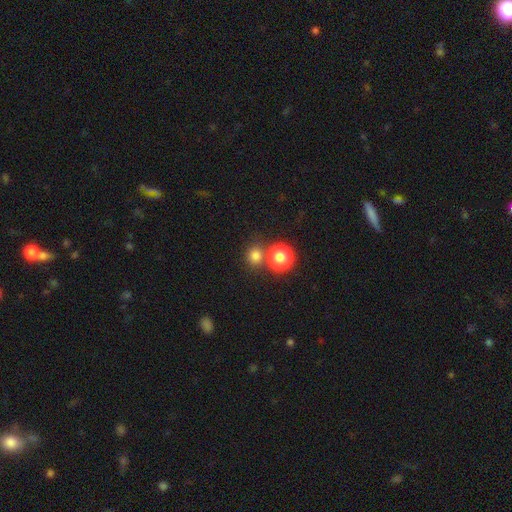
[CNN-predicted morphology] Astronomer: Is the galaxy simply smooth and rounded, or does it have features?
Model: smooth — 76%.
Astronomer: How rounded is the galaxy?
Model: round — 87%.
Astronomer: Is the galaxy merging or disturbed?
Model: none — 68%.